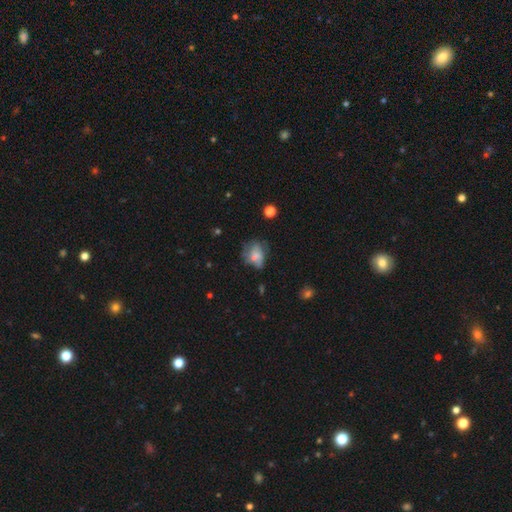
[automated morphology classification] type=smooth (61%); roundness=in between (58%); merging=none (41%).